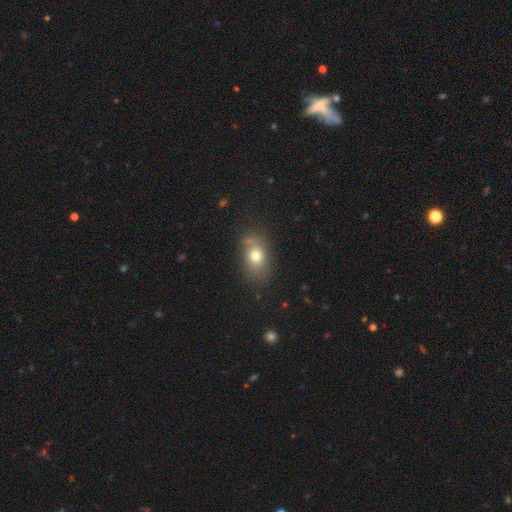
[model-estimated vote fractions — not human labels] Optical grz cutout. It shows a smooth galaxy with no disk features (73%) that is in between round and cigar-shaped (74%). Merging: none (72%).